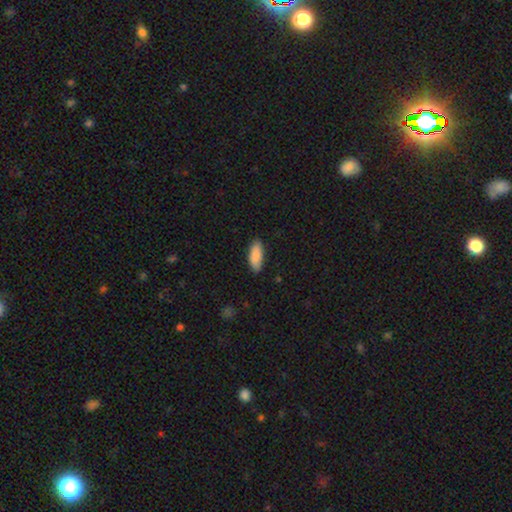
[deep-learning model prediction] A smooth galaxy with no disk features (87%) that is in between round and cigar-shaped (80%).

Vote fractions:
- Smooth or featured? smooth: 87% / featured or disk: 7% / star or artifact: 6%
- How rounded? in between: 80% / cigar-shaped: 18% / round: 2%
- Merging? none: 84% / minor disturbance: 13% / major disturbance: 2% / merger: 1%